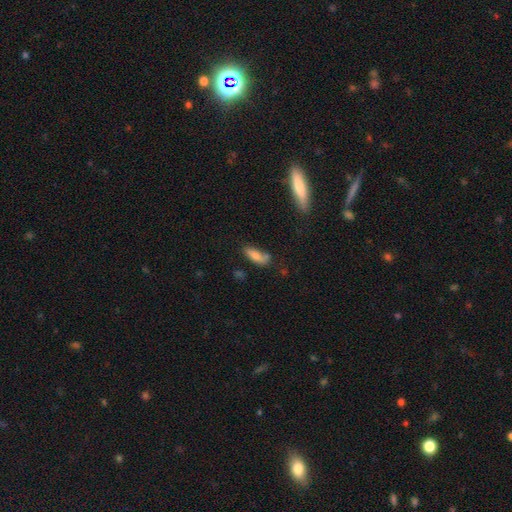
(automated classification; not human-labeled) Smooth or featured? smooth (74%)
How rounded? in between (60%)
Merging? none (54%)